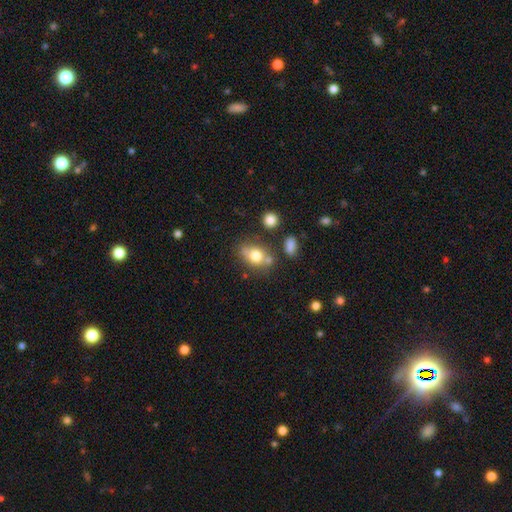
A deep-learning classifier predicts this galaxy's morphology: Overall: smooth (73%). How rounded: in between (67%; round 30%). Merging: none (55%; minor disturbance 21%).